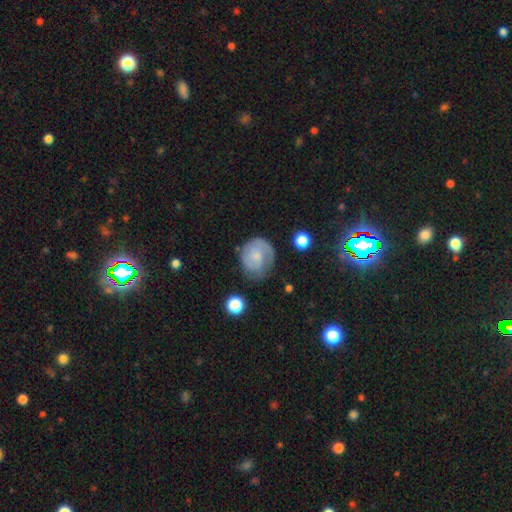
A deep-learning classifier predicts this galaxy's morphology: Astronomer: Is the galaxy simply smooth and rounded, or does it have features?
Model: featured or disk — 47% (runner-up: smooth, 45%).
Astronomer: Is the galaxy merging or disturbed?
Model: none — 58%.